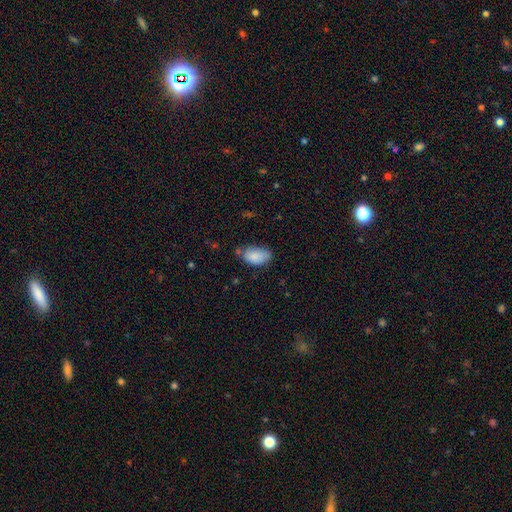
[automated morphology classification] Q: Smooth or featured?
A: smooth (85%); runner-up: featured or disk (8%)
Q: How rounded?
A: in between (93%); runner-up: round (6%)
Q: Merging?
A: none (58%); runner-up: minor disturbance (31%)